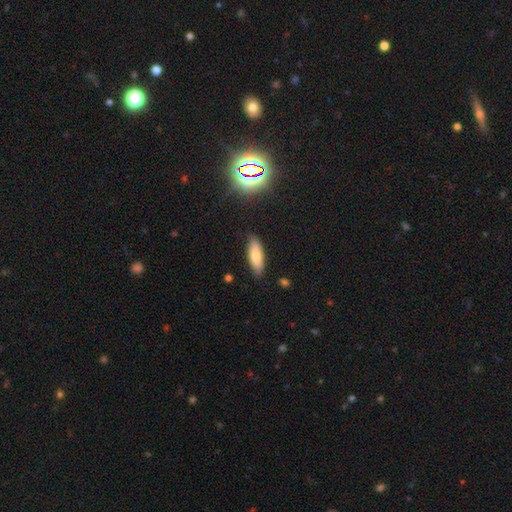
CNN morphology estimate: type=smooth (75%); roundness=in between (60%); merging=none (82%).